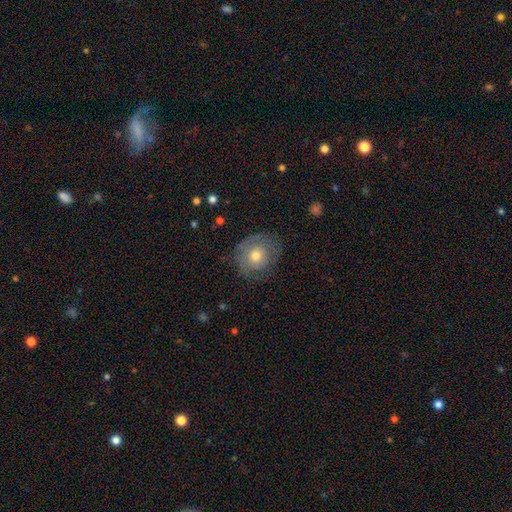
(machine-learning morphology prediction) smooth-or-featured: smooth: 59% | featured or disk: 31% | star or artifact: 9%
  how-rounded: round: 74% | in between: 25% | cigar-shaped: 1%
  merging: none: 72% | minor disturbance: 19% | major disturbance: 8% | merger: 1%